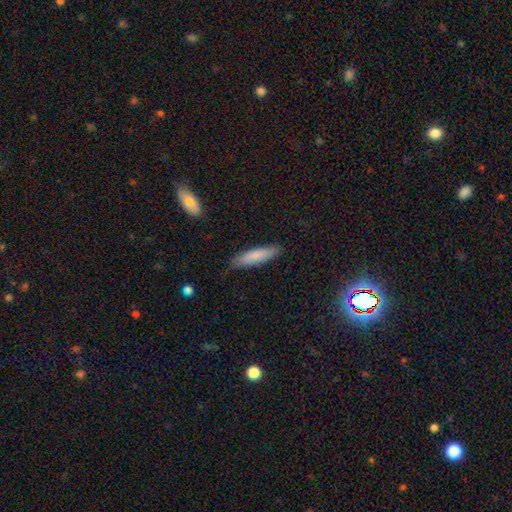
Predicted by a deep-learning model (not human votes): Q: Smooth or featured?
A: smooth (80%); runner-up: featured or disk (14%)
Q: How rounded?
A: cigar-shaped (80%); runner-up: in between (19%)
Q: Merging?
A: none (84%); runner-up: minor disturbance (12%)